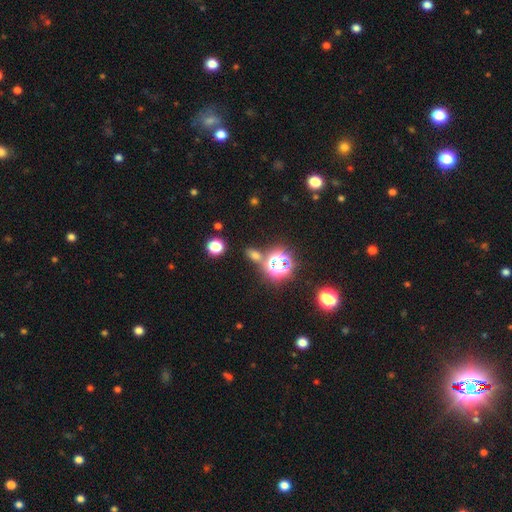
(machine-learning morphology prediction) Smooth or featured? Predicted: smooth (p=0.48). Merging? Predicted: none (p=0.73).